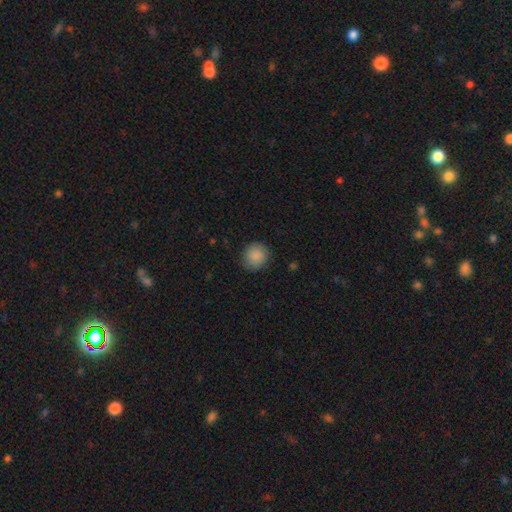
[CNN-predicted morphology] A smooth galaxy with no disk features (88%) that is round (88%). Merging: none (87%).